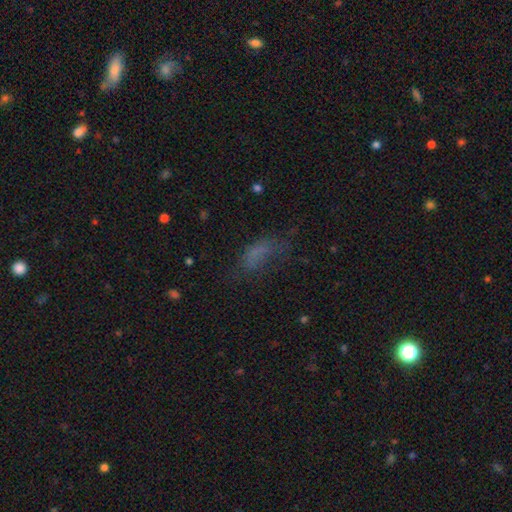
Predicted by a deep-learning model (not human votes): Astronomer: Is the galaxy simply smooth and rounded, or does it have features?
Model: smooth — 60%.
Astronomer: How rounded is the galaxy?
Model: in between — 80%.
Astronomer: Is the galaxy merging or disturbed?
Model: none — 39% (runner-up: major disturbance, 34%).